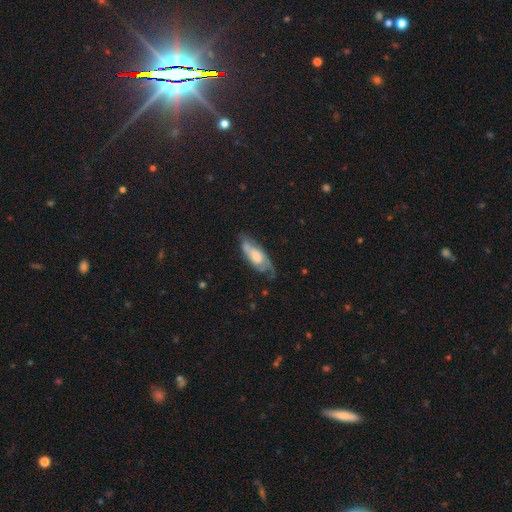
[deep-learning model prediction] Smooth or featured?
  - featured or disk: 59% *
  - smooth: 35%
  - star or artifact: 6%
Edge-on disk?
  - no: 82% *
  - yes: 18%
Merging?
  - none: 52% *
  - minor disturbance: 30%
  - major disturbance: 15%
  - merger: 3%